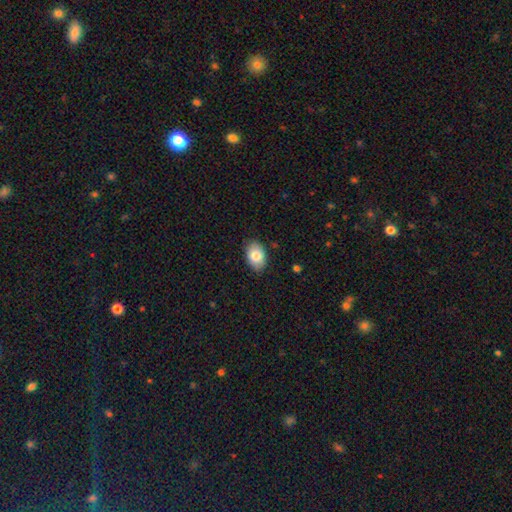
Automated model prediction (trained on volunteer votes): Morphology: type=smooth (83%); roundness=in between (88%); merging=none (85%).